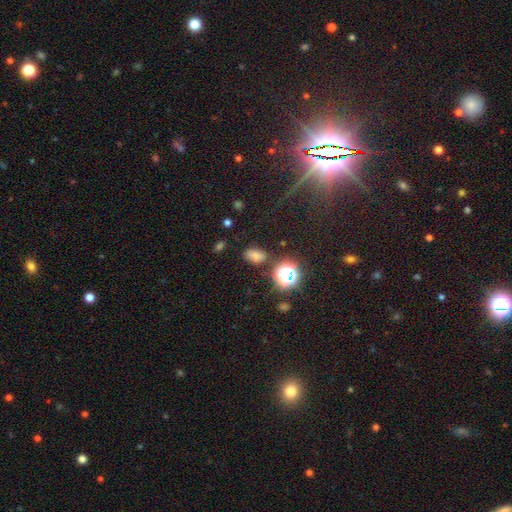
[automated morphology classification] This is likely a smooth galaxy (66%). How rounded: clearly in between (83%). Merging: likely none (75%).